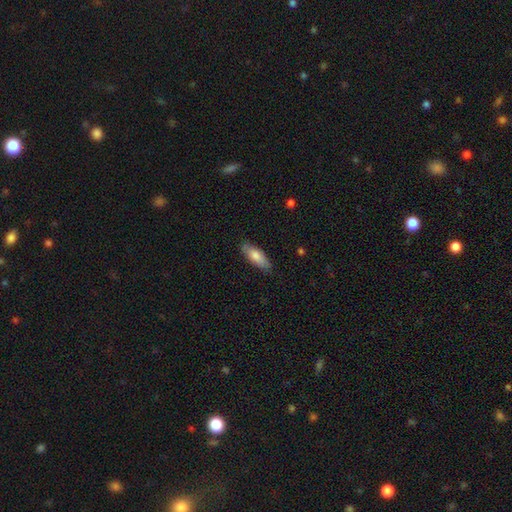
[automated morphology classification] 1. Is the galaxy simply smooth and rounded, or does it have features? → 76% smooth, 18% featured or disk, 5% star or artifact.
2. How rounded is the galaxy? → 64% in between, 34% cigar-shaped, 2% round.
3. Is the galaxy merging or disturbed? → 86% none, 11% minor disturbance, 2% major disturbance, 1% merger.